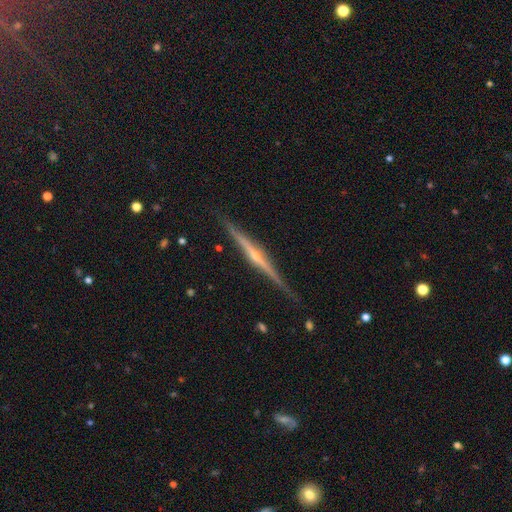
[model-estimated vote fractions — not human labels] featured or disk 86%, smooth 9%, star or artifact 6%. Down the decision tree: edge-on disk — yes (98%); edge-on bulge — rounded (85%); merging — none (89%).